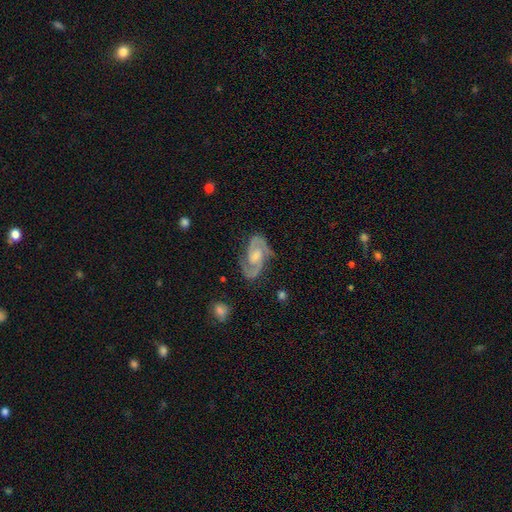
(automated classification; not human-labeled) smooth_or_featured: featured or disk (p=0.90) [alt: smooth p=0.05]
disk_edge_on: no (p=0.97) [alt: yes p=0.03]
bar: weak (p=0.45) [alt: no p=0.44]
has_spiral_arms: yes (p=0.98) [alt: no p=0.02]
spiral_winding: medium (p=0.57) [alt: tight p=0.31]
spiral_arm_count: 2 (p=0.93) [alt: can't tell p=0.02]
bulge_size: moderate (p=0.41) [alt: small p=0.26]
merging: none (p=0.80) [alt: minor disturbance p=0.14]